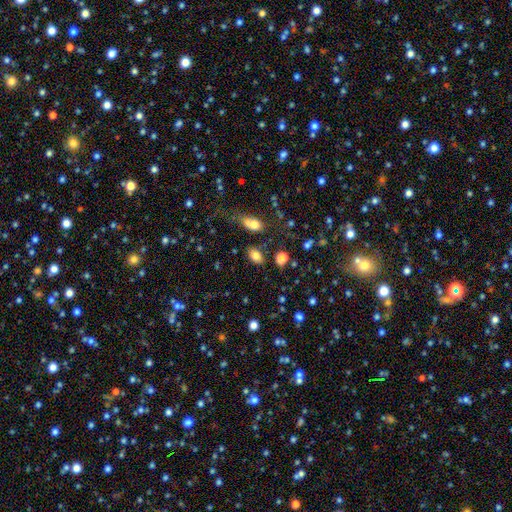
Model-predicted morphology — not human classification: A smooth galaxy with no disk features (81%) that is in between round and cigar-shaped (83%).

Vote fractions:
- Smooth or featured? smooth: 81% / star or artifact: 11% / featured or disk: 8%
- How rounded? in between: 83% / round: 15% / cigar-shaped: 2%
- Merging? none: 76% / minor disturbance: 12% / merger: 7% / major disturbance: 4%